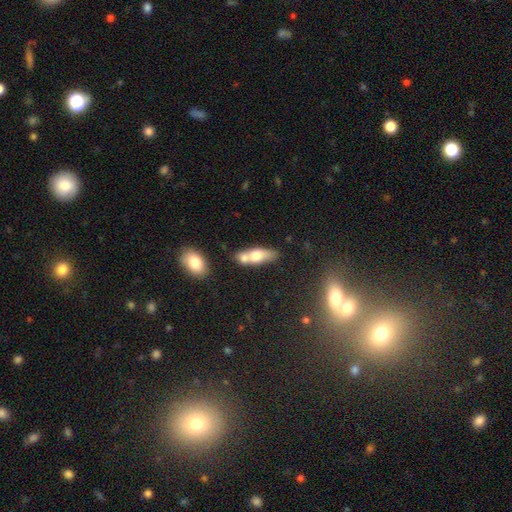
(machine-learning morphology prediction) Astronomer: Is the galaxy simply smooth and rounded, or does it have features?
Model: smooth — 63%.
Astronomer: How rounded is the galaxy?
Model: in between — 63%.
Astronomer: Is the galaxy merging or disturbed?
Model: merger — 47% (runner-up: none, 37%).